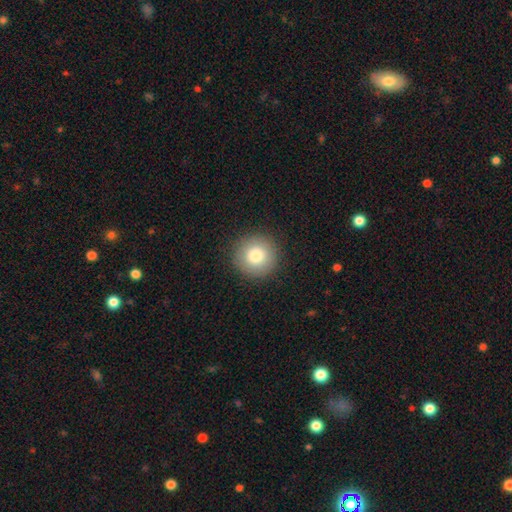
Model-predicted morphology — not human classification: This appears to be a smooth galaxy with no disk features (80%) that is round (96%). Merging: none (91%).